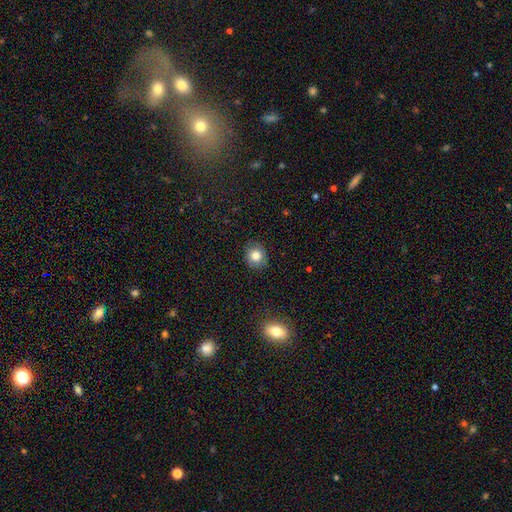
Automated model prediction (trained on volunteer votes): The model was most divided on "how rounded": round: 76%, in between: 23%, cigar-shaped: 1%. More confident: merging — none (85%); smooth or featured — smooth (80%).